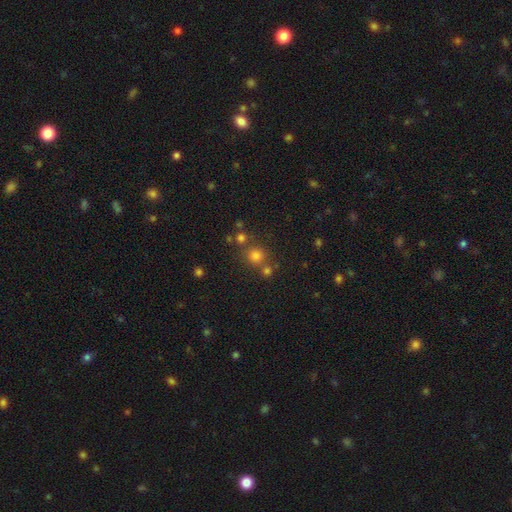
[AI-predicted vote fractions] A smooth galaxy with no disk features (73%) that is round (89%). Merging: none (70%).